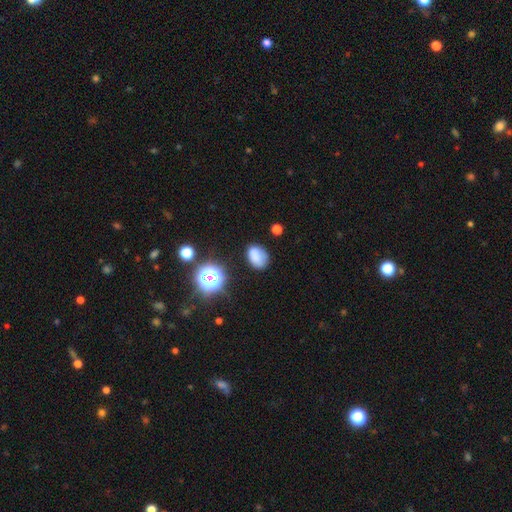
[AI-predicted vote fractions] This appears to be a smooth galaxy with no disk features (78%) that is in between round and cigar-shaped (74%). Merging: none (67%).